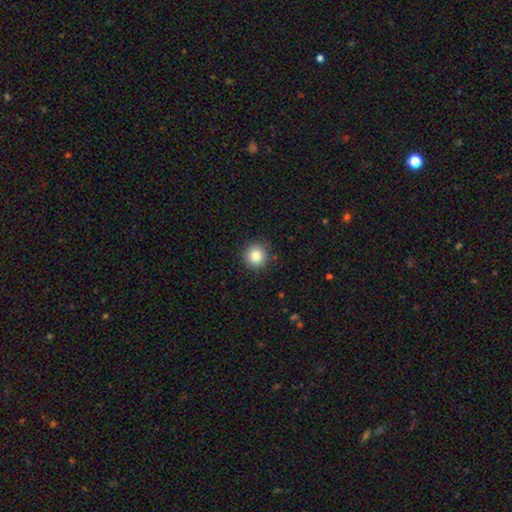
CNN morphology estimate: Smooth or featured? smooth (85%)
How rounded? round (94%)
Merging? none (90%)